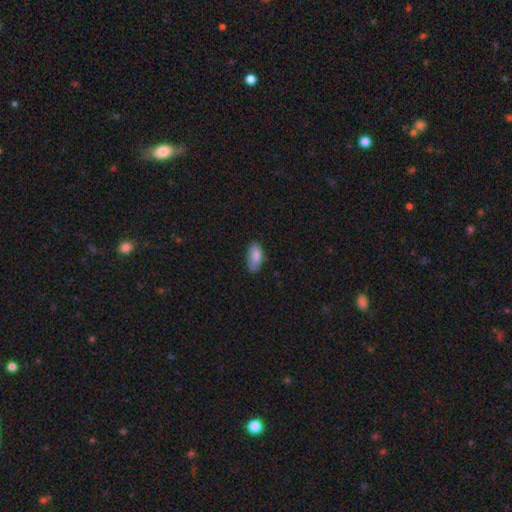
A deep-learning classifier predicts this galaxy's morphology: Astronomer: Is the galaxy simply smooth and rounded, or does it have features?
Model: smooth — 83%.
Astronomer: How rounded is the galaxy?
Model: in between — 91%.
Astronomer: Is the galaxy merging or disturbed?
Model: none — 70%.